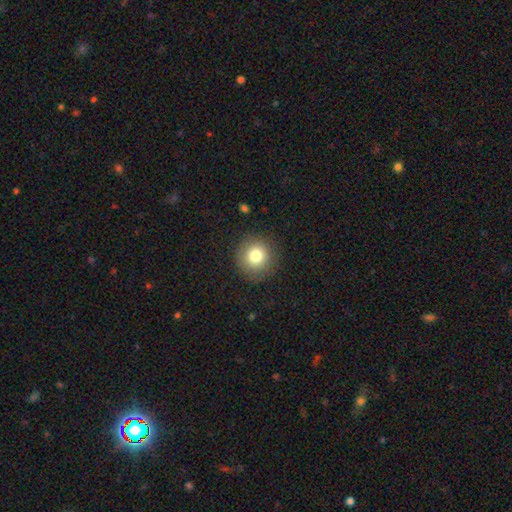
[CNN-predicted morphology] Smooth or featured? Predicted: smooth (p=0.79). How rounded? Predicted: round (p=0.93). Merging? Predicted: none (p=0.88).